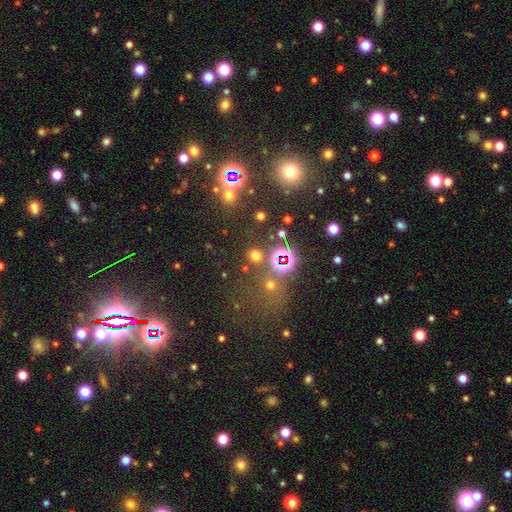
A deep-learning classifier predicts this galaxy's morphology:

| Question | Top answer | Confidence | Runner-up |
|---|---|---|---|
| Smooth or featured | smooth | 59% | star or artifact (35%) |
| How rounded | round | 87% | in between (12%) |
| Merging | none | 80% | merger (8%) |